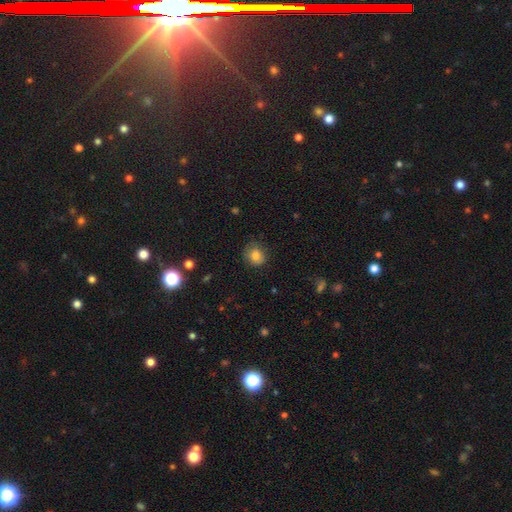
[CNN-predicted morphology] A smooth galaxy with no disk features (82%) that is round (81%).

Vote fractions:
- Smooth or featured? smooth: 82% / star or artifact: 10% / featured or disk: 8%
- How rounded? round: 81% / in between: 18% / cigar-shaped: 1%
- Merging? none: 77% / minor disturbance: 17% / major disturbance: 4% / merger: 1%